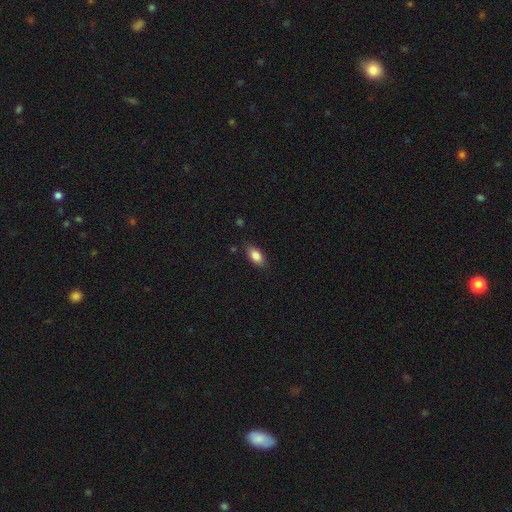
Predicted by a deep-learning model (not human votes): smooth 85%, star or artifact 8%, featured or disk 7%. Down the decision tree: how rounded — in between (90%); merging — none (84%).